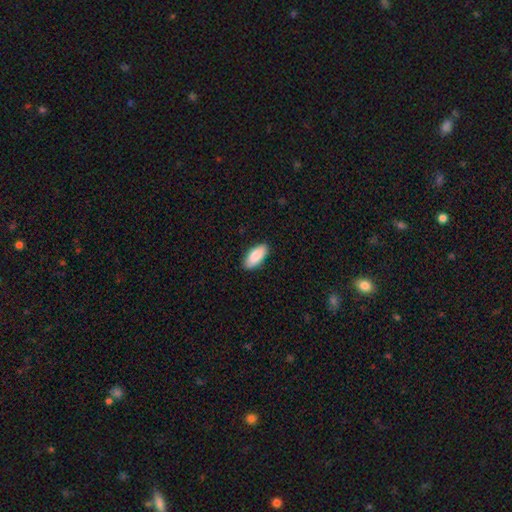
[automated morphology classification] type=smooth (88%); roundness=in between (89%); merging=none (88%).